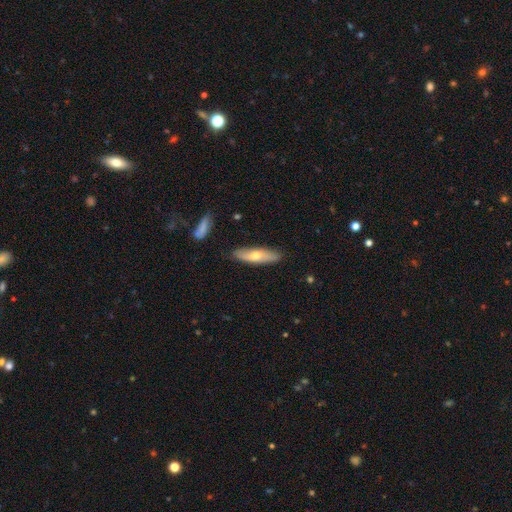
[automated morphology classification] A smooth galaxy with no disk features (60%) that is cigar-shaped (62%). Merging: none (85%).